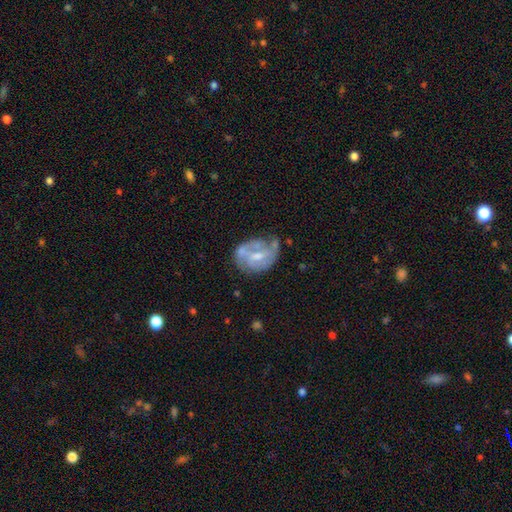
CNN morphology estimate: This is likely a featured or disk galaxy (68%). It is clearly not viewed edge-on (97%). Bar: possibly weak (48%). Spiral arm pattern: likely yes (66%). Central bulge: possibly moderate (49%). Merging: possibly none (46%).